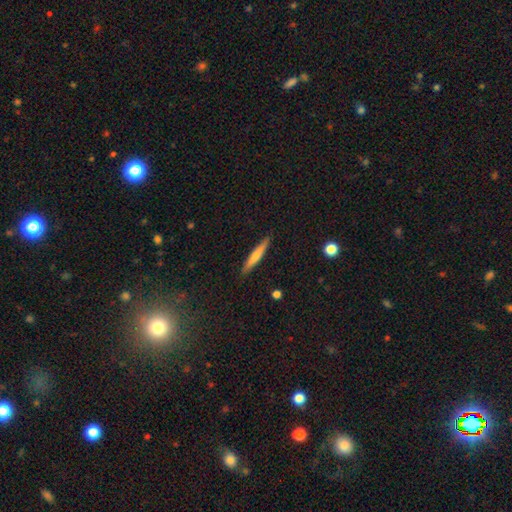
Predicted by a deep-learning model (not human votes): Overall: smooth (60%; featured or disk 34%). How rounded: cigar-shaped (93%). Merging: none (89%).